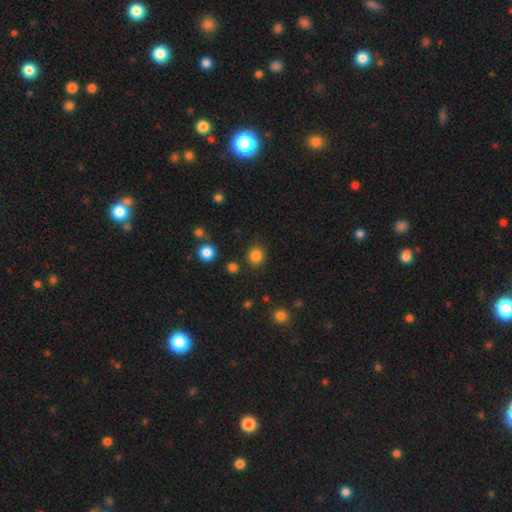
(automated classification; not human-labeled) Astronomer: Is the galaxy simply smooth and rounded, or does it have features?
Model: smooth — 84%.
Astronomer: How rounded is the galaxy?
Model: round — 81%.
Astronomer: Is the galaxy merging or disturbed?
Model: none — 87%.